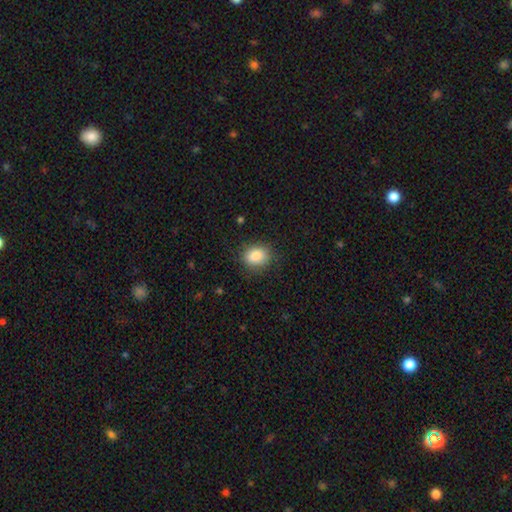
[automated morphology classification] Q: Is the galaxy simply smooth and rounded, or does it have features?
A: smooth — 86%.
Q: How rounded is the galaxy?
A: round — 51%.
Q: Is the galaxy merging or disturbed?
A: none — 84%.